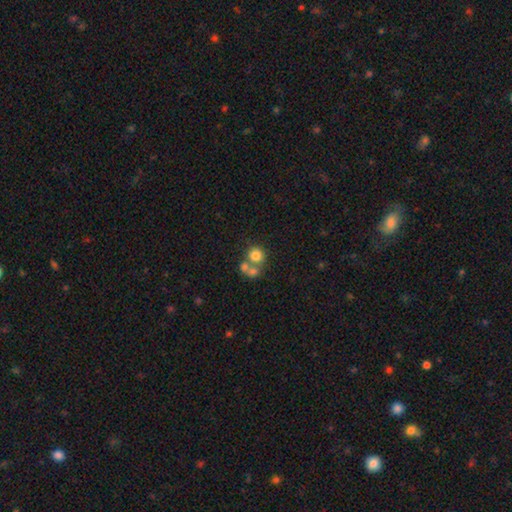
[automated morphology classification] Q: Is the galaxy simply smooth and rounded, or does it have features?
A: smooth — 73%.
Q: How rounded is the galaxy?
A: round — 87%.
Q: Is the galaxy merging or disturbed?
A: none — 45%.